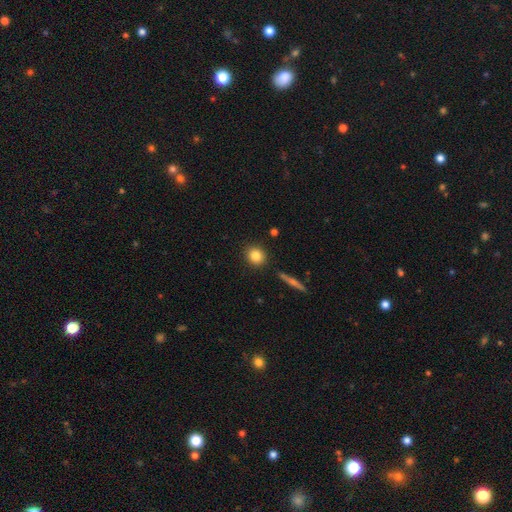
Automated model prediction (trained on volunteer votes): A smooth galaxy with no disk features (83%) that is round (82%). Merging: none (88%).